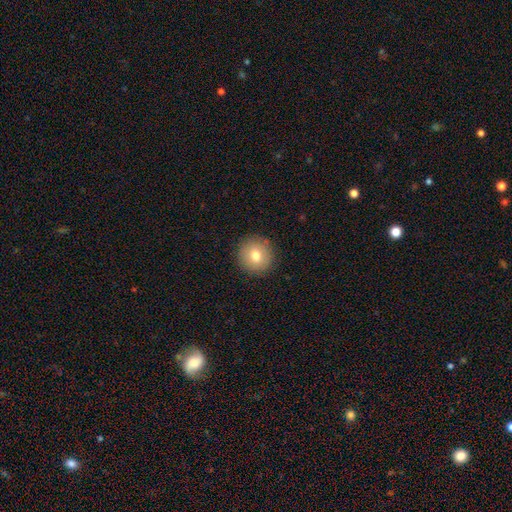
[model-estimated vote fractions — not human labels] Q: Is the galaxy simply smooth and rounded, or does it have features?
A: smooth — 76%.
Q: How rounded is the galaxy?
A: round — 93%.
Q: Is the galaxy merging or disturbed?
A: none — 91%.